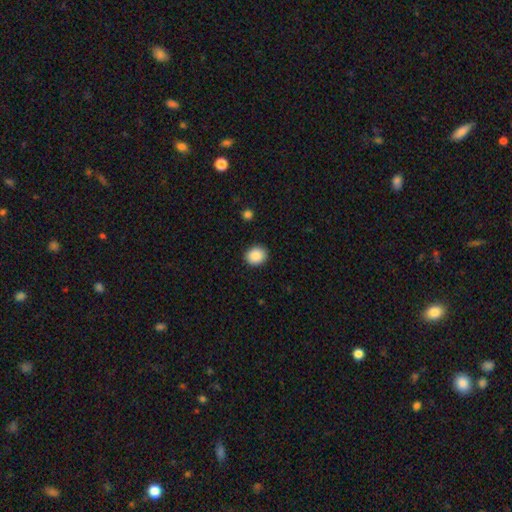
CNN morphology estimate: smooth 88%, star or artifact 8%, featured or disk 3%. Down the decision tree: how rounded — round (68%); merging — none (90%).